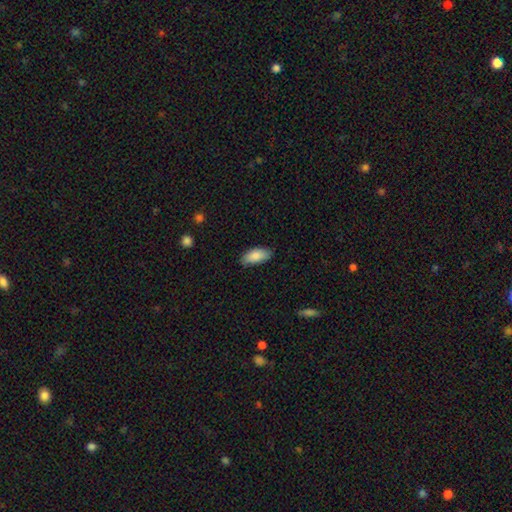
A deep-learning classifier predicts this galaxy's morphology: smooth 87%, featured or disk 7%, star or artifact 6%. Down the decision tree: how rounded — in between (89%); merging — none (82%).